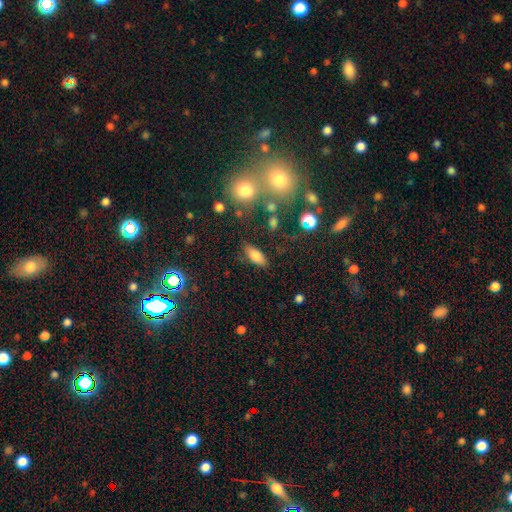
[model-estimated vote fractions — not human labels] Smooth or featured: smooth — 75% (featured or disk — 15%)
How rounded: in between — 80% (cigar-shaped — 15%)
Merging: none — 79% (minor disturbance — 13%)